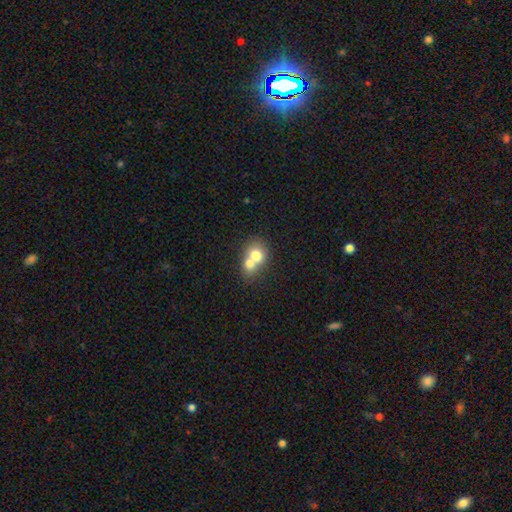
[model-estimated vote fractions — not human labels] smooth_or_featured: smooth (p=0.70) [alt: featured or disk p=0.21]
how_rounded: round (p=0.62) [alt: in between p=0.37]
merging: merger (p=0.71) [alt: none p=0.21]